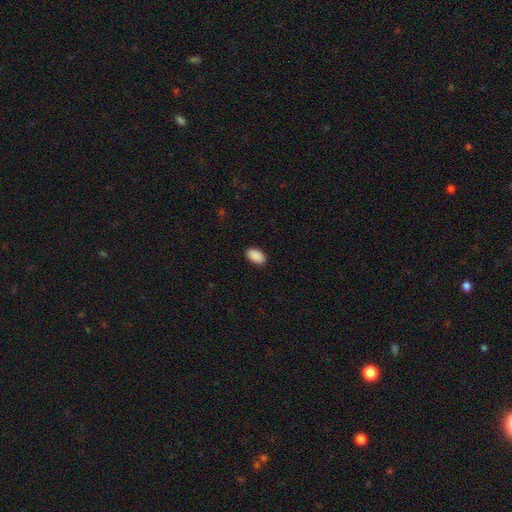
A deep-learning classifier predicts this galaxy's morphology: type=smooth (91%); roundness=in between (94%); merging=none (88%).